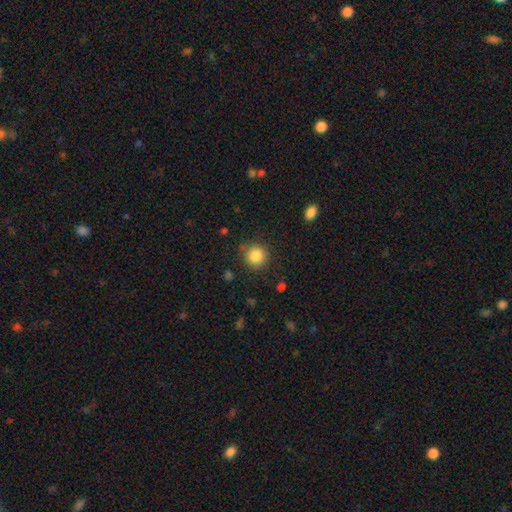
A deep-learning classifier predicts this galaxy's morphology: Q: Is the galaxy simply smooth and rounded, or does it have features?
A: smooth — 85%.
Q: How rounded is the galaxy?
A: round — 92%.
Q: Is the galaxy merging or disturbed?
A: none — 85%.